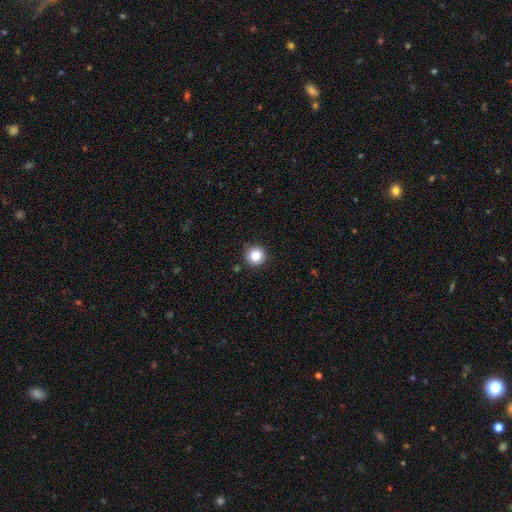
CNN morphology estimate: smooth 82%, star or artifact 11%, featured or disk 7%. Down the decision tree: how rounded — round (96%); merging — none (91%).